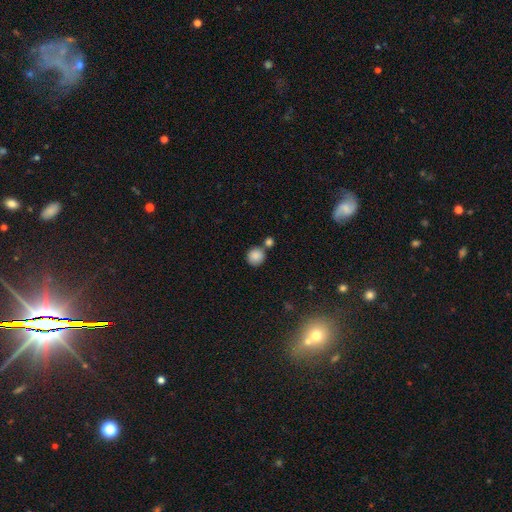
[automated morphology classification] Smooth or featured: smooth — 87% (star or artifact — 9%)
How rounded: round — 91% (in between — 8%)
Merging: none — 66% (merger — 21%)